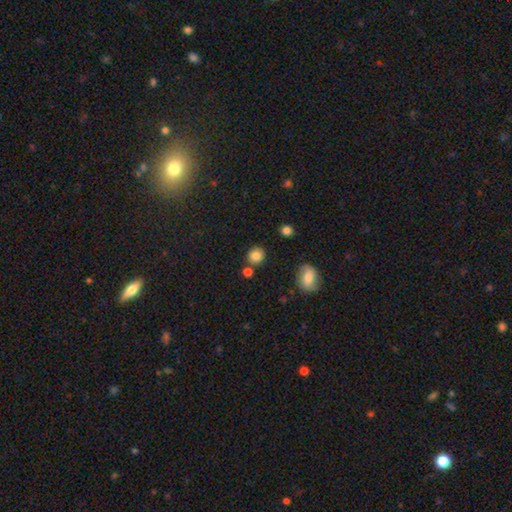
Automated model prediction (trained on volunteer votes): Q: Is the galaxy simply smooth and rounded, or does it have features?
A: smooth — 83%.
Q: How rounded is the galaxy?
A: round — 76%.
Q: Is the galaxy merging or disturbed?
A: none — 78%.